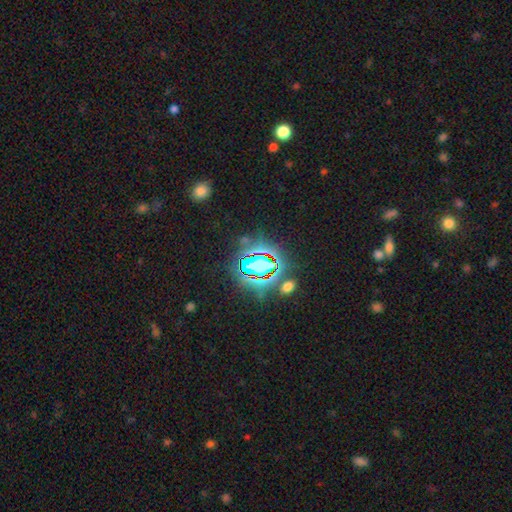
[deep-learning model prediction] The model was most divided on "smooth or featured": star or artifact: 83%, smooth: 10%, featured or disk: 7%.